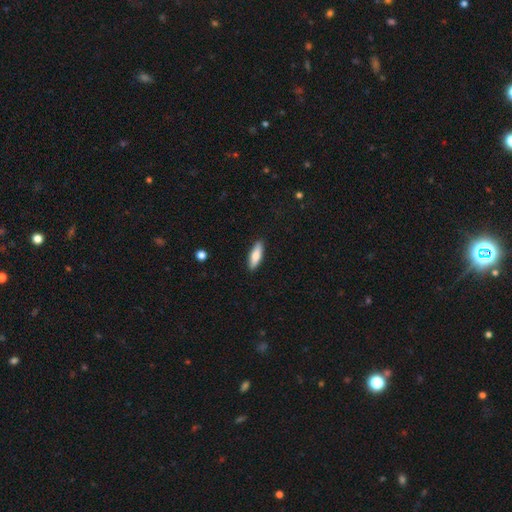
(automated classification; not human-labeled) A smooth galaxy with no disk features (75%) that is cigar-shaped (51%).

Vote fractions:
- Smooth or featured? smooth: 75% / featured or disk: 19% / star or artifact: 6%
- How rounded? cigar-shaped: 51% / in between: 47% / round: 2%
- Merging? none: 90% / minor disturbance: 8% / major disturbance: 2% / merger: 1%